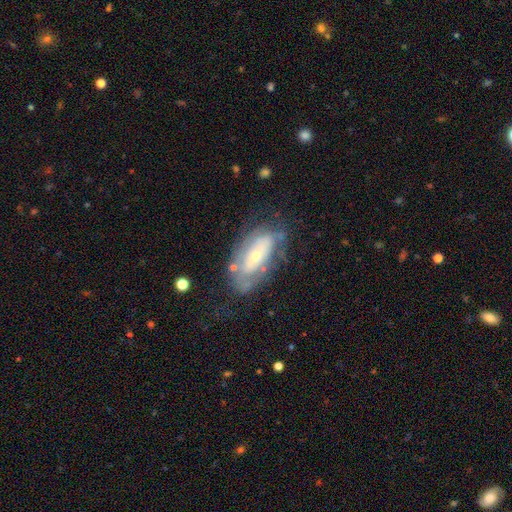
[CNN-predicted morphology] This is likely a featured or disk galaxy (66%). It is clearly not viewed edge-on (89%). Bar: likely no (75%). Spiral arm pattern: possibly yes (58%). Central bulge: likely small (61%). Merging: possibly none (58%).